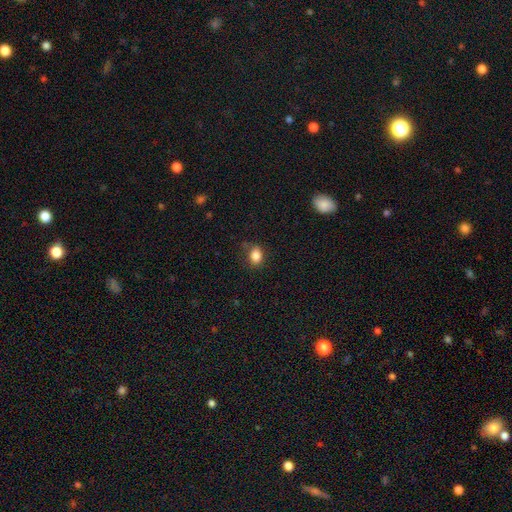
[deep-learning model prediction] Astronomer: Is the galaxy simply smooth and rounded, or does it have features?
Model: smooth — 85%.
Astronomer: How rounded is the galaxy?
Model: in between — 63%.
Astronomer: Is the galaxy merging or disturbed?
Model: none — 75%.